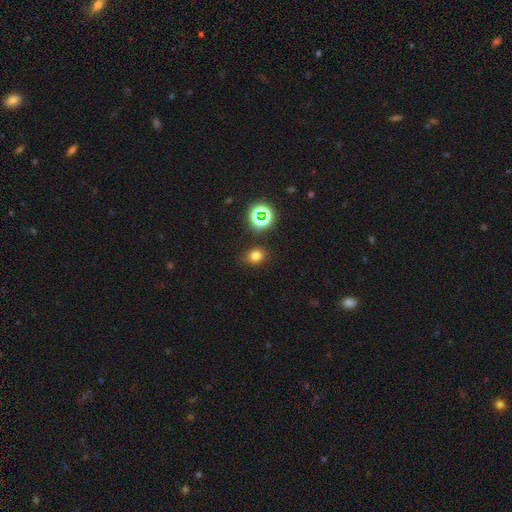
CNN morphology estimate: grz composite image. It shows a smooth galaxy with no disk features (72%) that is round (57%). Merging: none (84%).